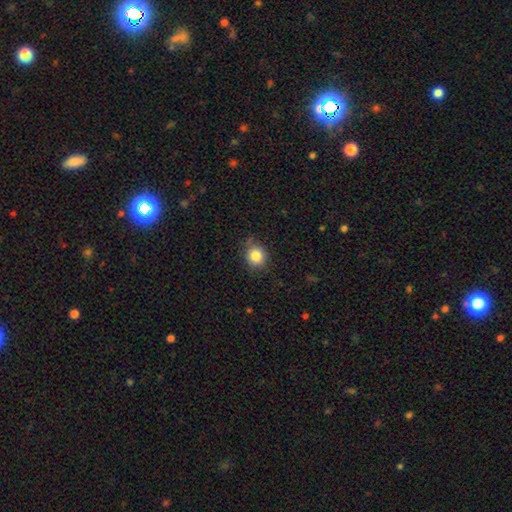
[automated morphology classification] smooth 83%, star or artifact 11%, featured or disk 6%. Down the decision tree: how rounded — round (83%); merging — none (78%).